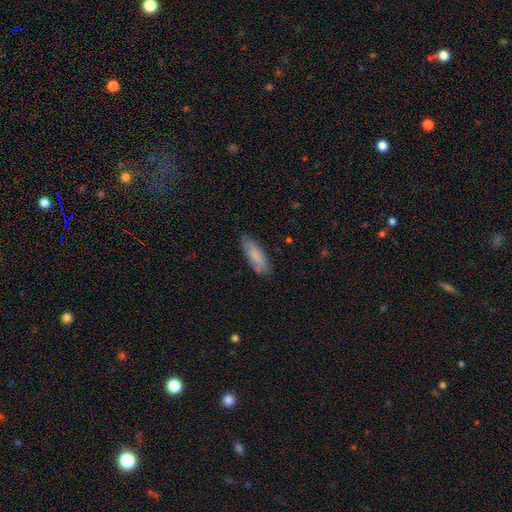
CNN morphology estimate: The model was most divided on "how rounded": in between: 58%, cigar-shaped: 41%, round: 1%. More confident: smooth or featured — smooth (82%); merging — none (81%).